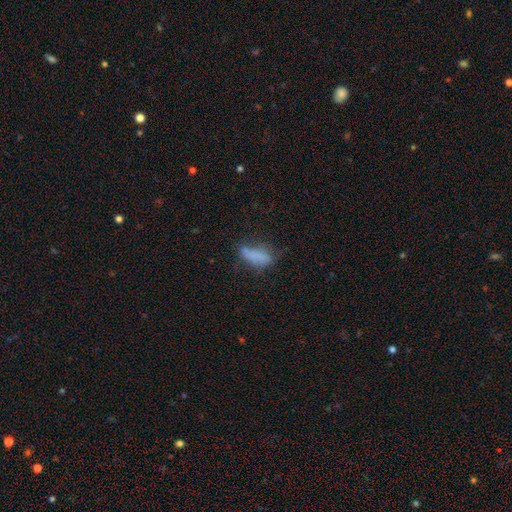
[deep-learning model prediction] The model was most divided on "merging": none: 40%, minor disturbance: 28%, major disturbance: 23%, merger: 9%. More confident: how rounded — in between (70%); smooth or featured — smooth (65%).